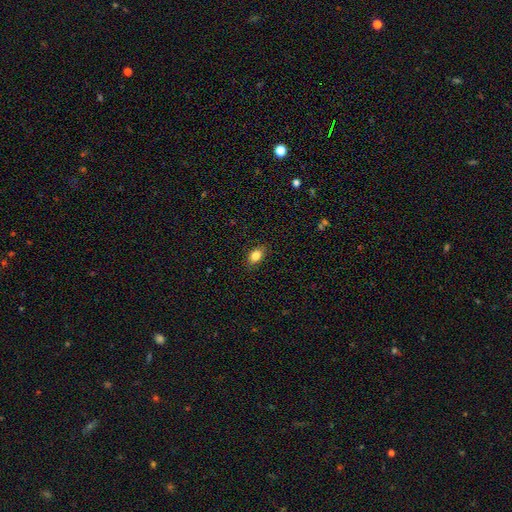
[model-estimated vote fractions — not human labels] Overall: smooth (83%). How rounded: in between (83%). Merging: none (86%).